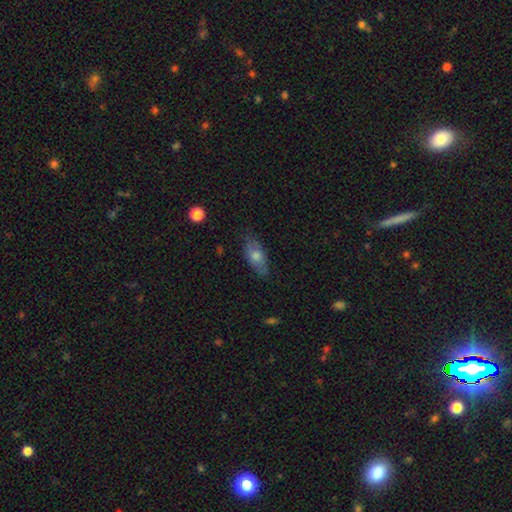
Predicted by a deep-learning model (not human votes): smooth 62%, featured or disk 30%, star or artifact 8%. Down the decision tree: how rounded — in between (79%); merging — none (79%).